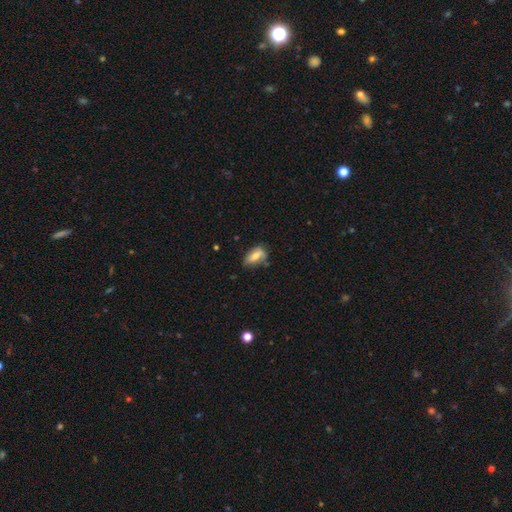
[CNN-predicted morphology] smooth_or_featured: smooth (p=0.65) [alt: featured or disk p=0.26]
how_rounded: in between (p=0.85) [alt: cigar-shaped p=0.09]
merging: none (p=0.45) [alt: minor disturbance p=0.35]